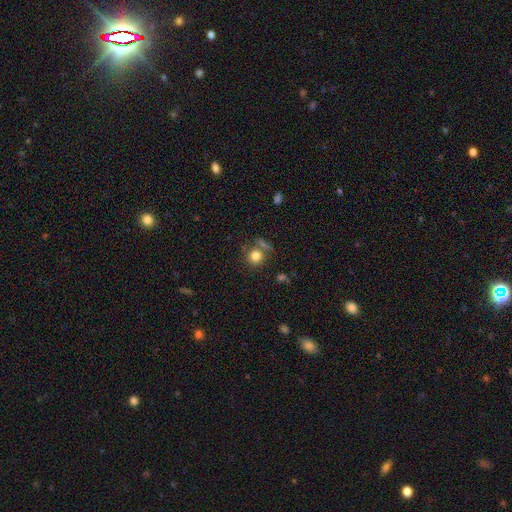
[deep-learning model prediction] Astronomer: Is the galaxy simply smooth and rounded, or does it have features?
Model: smooth — 80%.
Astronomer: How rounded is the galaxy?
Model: round — 86%.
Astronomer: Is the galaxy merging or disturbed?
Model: none — 68%.